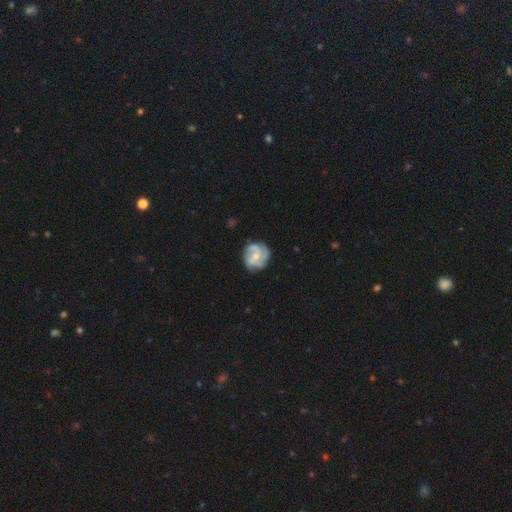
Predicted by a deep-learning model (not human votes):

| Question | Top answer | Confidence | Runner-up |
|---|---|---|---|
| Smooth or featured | featured or disk | 78% | smooth (17%) |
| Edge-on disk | no | 98% | yes (2%) |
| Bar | no | 61% | weak (33%) |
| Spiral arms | yes | 94% | no (6%) |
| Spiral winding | tight | 47% | medium (42%) |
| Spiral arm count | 3 | 49% | 2 (17%) |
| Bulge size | small | 49% | moderate (41%) |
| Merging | none | 73% | minor disturbance (18%) |